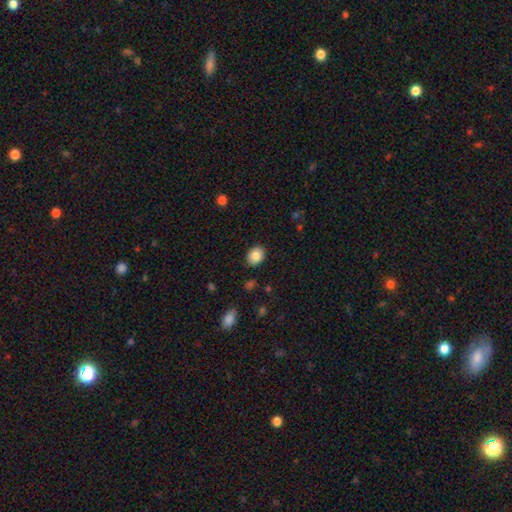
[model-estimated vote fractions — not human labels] A smooth galaxy with no disk features (85%) that is in between round and cigar-shaped (62%).

Vote fractions:
- Smooth or featured? smooth: 85% / star or artifact: 8% / featured or disk: 7%
- How rounded? in between: 62% / round: 37% / cigar-shaped: 1%
- Merging? none: 88% / minor disturbance: 9% / major disturbance: 2% / merger: 1%